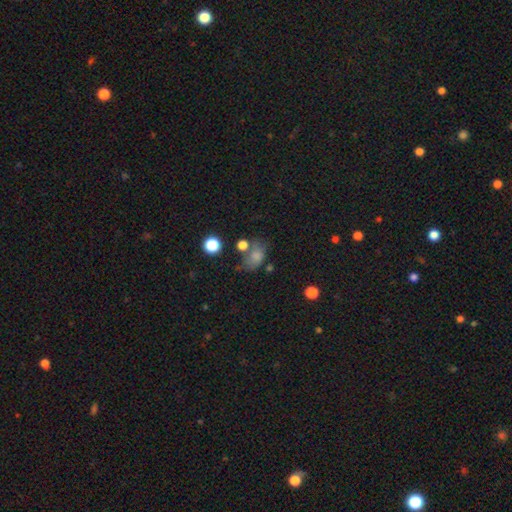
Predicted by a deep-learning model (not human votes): smooth_or_featured: smooth (p=0.72) [alt: star or artifact p=0.14]
how_rounded: in between (p=0.76) [alt: round p=0.23]
merging: none (p=0.40) [alt: minor disturbance p=0.25]